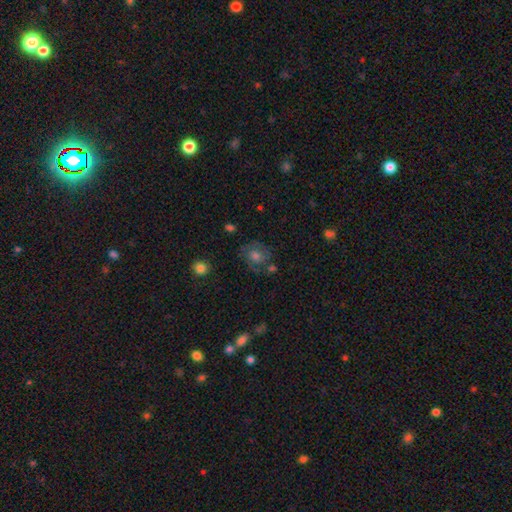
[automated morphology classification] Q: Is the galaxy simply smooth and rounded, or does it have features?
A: featured or disk — 48%.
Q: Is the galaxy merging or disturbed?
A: none — 71%.